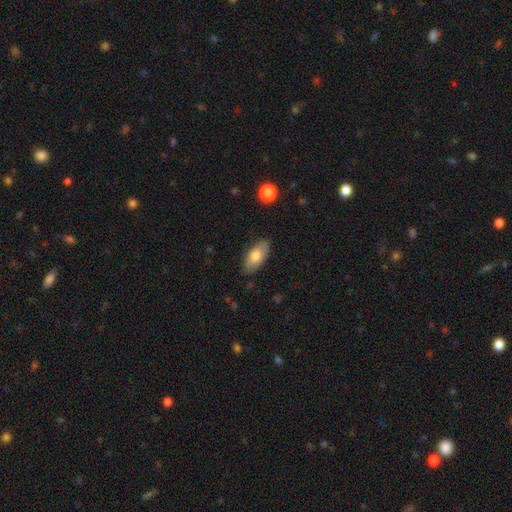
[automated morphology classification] Smooth or featured?
  - smooth: 74% *
  - featured or disk: 20%
  - star or artifact: 6%
How rounded?
  - in between: 89% *
  - cigar-shaped: 9%
  - round: 3%
Merging?
  - none: 85% *
  - minor disturbance: 11%
  - major disturbance: 2%
  - merger: 1%